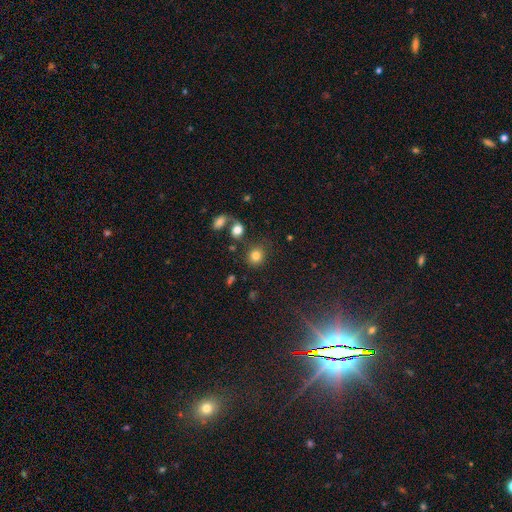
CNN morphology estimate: type=smooth (82%); roundness=round (78%); merging=none (73%).